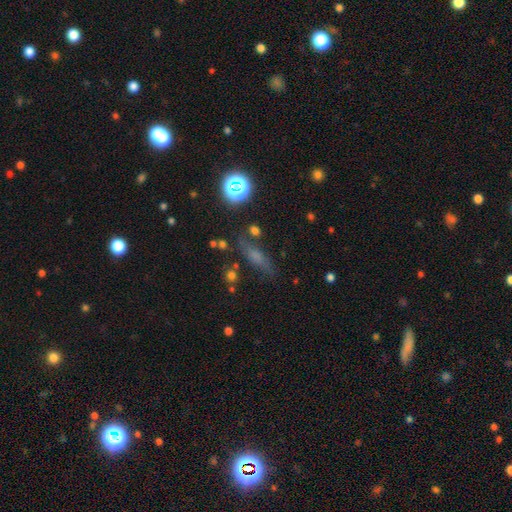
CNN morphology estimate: Q: Smooth or featured?
A: smooth (47%); runner-up: star or artifact (27%)
Q: Merging?
A: none (71%); runner-up: minor disturbance (17%)